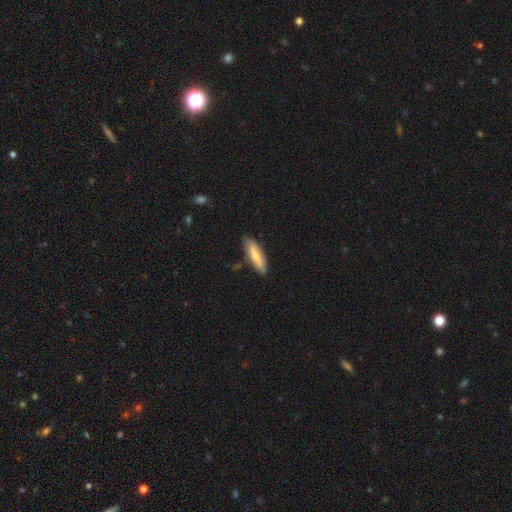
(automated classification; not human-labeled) A smooth galaxy with no disk features (75%) that is cigar-shaped (67%).

Vote fractions:
- Smooth or featured? smooth: 75% / featured or disk: 19% / star or artifact: 6%
- How rounded? cigar-shaped: 67% / in between: 31% / round: 1%
- Merging? none: 77% / minor disturbance: 17% / major disturbance: 3% / merger: 2%